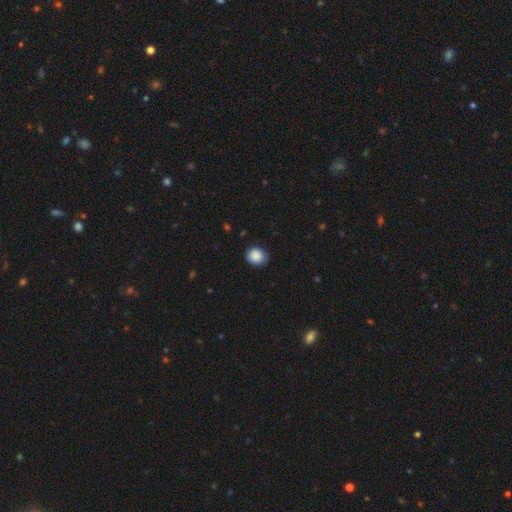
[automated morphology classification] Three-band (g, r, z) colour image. It shows a smooth galaxy with no disk features (89%) that is round (74%). Merging: none (84%).